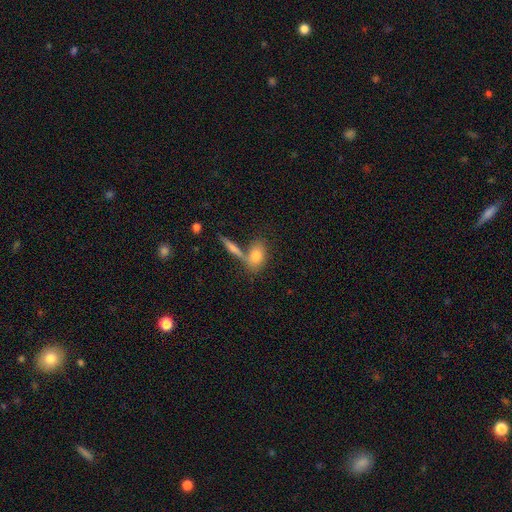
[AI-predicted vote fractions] Smooth or featured: smooth — 76% (featured or disk — 17%)
How rounded: in between — 76% (round — 16%)
Merging: none — 50% (merger — 33%)